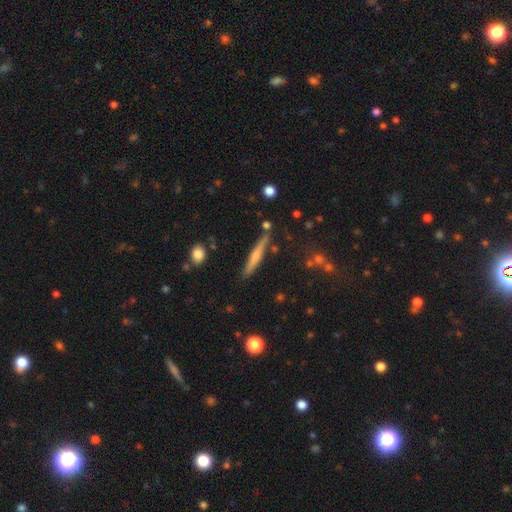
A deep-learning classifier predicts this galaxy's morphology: type=featured or disk (46%, tied with smooth); merging=none (83%).